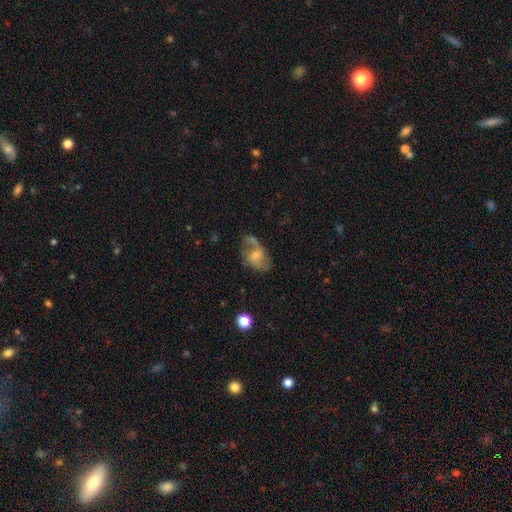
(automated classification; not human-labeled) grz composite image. It shows a featured or disk galaxy (59%) with no bar (50%), spiral arms (80%) and a small central bulge (39%). Merging: none (43%).